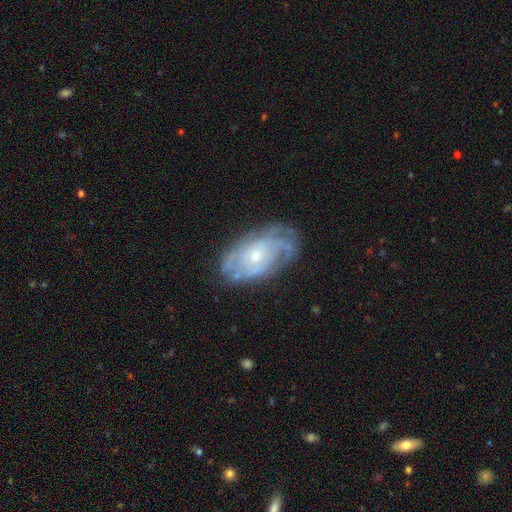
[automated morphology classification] Smooth or featured?
  - featured or disk: 78% *
  - smooth: 15%
  - star or artifact: 7%
Edge-on disk?
  - no: 94% *
  - yes: 6%
Bar?
  - no: 76% *
  - weak: 21%
  - strong: 3%
Spiral arms?
  - yes: 87% *
  - no: 13%
Spiral winding?
  - tight: 59% *
  - medium: 31%
  - loose: 10%
Spiral arm count?
  - can't tell: 49% *
  - 2: 17%
  - 3: 14%
  - 4: 10%
  - more than 4: 5%
  - 1: 5%
Bulge size?
  - small: 64% *
  - moderate: 32%
  - large: 2%
  - none: 2%
  - dominant: 1%
Merging?
  - none: 69% *
  - minor disturbance: 21%
  - major disturbance: 8%
  - merger: 2%